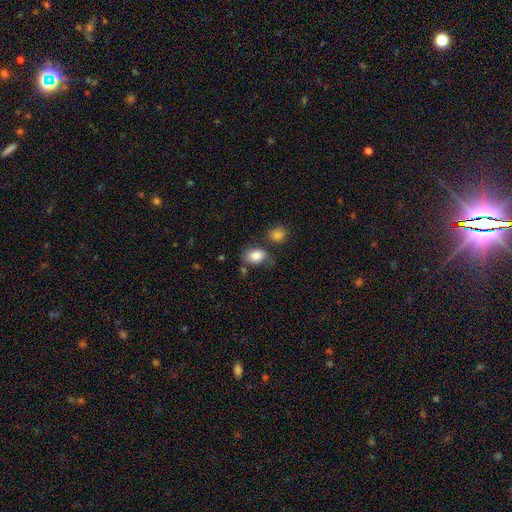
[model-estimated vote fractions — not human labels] Smooth or featured?
  - smooth: 84% *
  - featured or disk: 8%
  - star or artifact: 8%
How rounded?
  - in between: 80% *
  - round: 19%
  - cigar-shaped: 1%
Merging?
  - none: 59% *
  - minor disturbance: 22%
  - merger: 12%
  - major disturbance: 7%